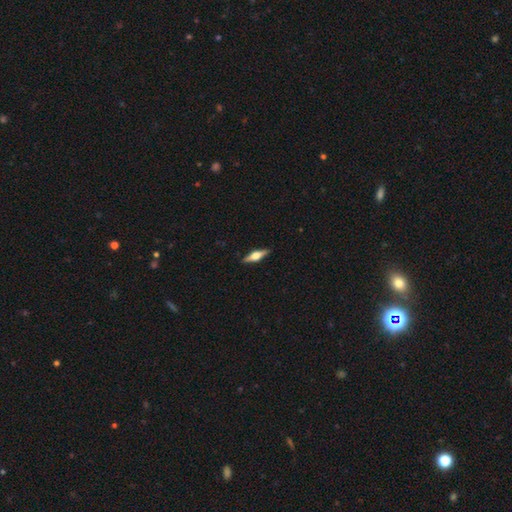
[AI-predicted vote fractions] Overall: featured or disk (66%; smooth 28%). Edge-on disk: yes (97%). Edge-on bulge: rounded (92%). Merging: none (90%).